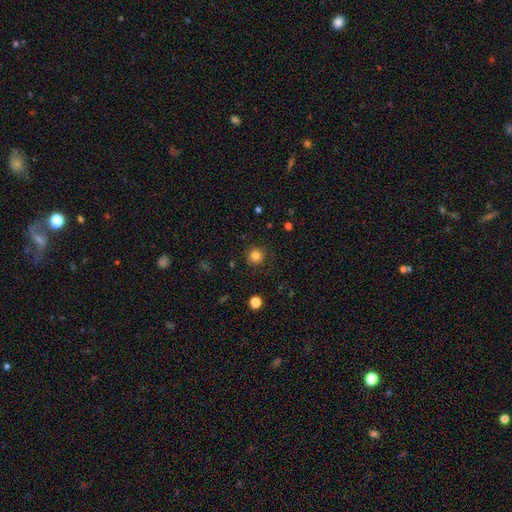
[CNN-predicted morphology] This is clearly a smooth galaxy (83%). How rounded: clearly round (95%). Merging: clearly none (90%).